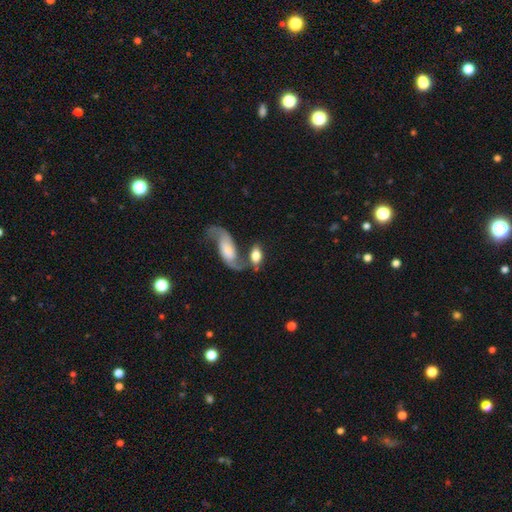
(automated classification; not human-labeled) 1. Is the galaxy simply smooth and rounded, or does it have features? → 64% smooth, 29% featured or disk, 7% star or artifact.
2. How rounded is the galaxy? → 88% in between, 7% round, 5% cigar-shaped.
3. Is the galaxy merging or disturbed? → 41% merger, 35% none, 13% minor disturbance, 10% major disturbance.